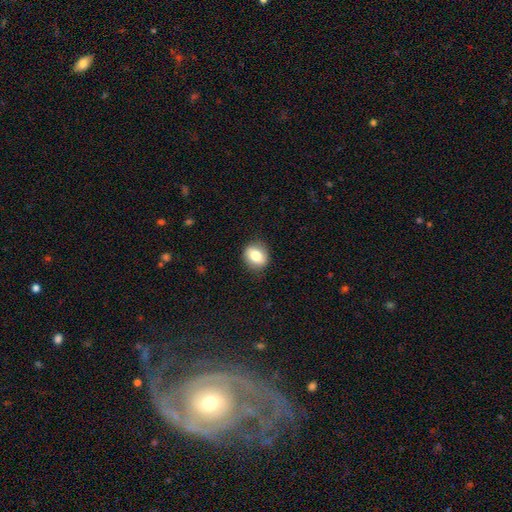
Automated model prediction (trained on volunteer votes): This is likely a smooth galaxy (76%). How rounded: possibly round (56%). Merging: clearly none (85%).